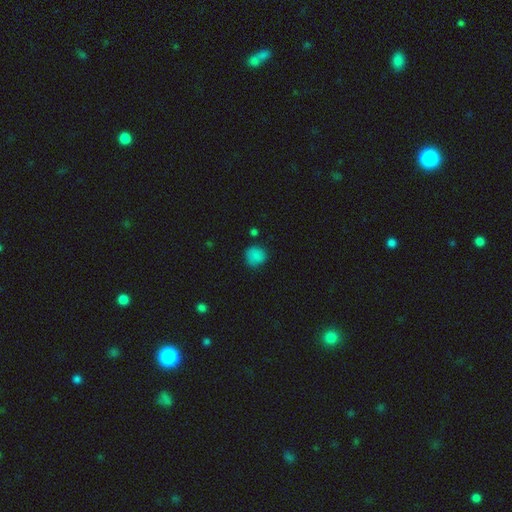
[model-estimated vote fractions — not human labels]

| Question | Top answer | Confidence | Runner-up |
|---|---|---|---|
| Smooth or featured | smooth | 82% | star or artifact (13%) |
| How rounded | round | 85% | in between (14%) |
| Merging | none | 75% | minor disturbance (18%) |